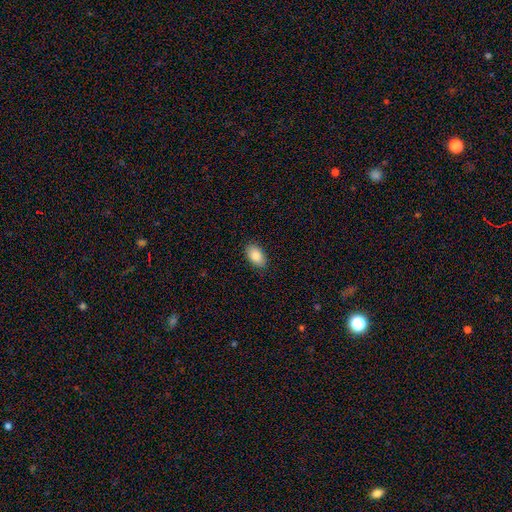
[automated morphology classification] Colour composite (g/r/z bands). It shows a smooth galaxy with no disk features (86%) that is in between round and cigar-shaped (92%). Merging: none (87%).